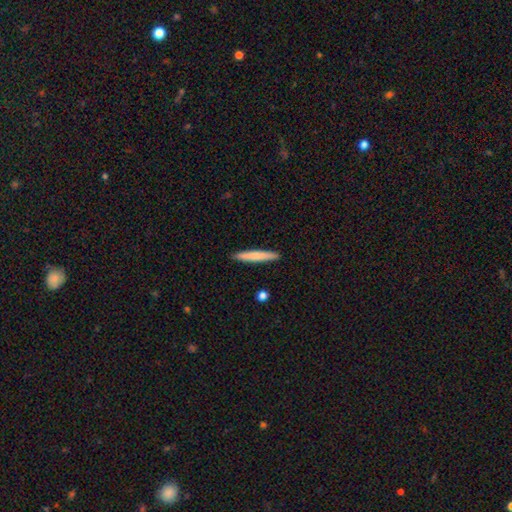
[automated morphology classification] smooth 74%, featured or disk 21%, star or artifact 5%. Down the decision tree: how rounded — cigar-shaped (95%); merging — none (92%).